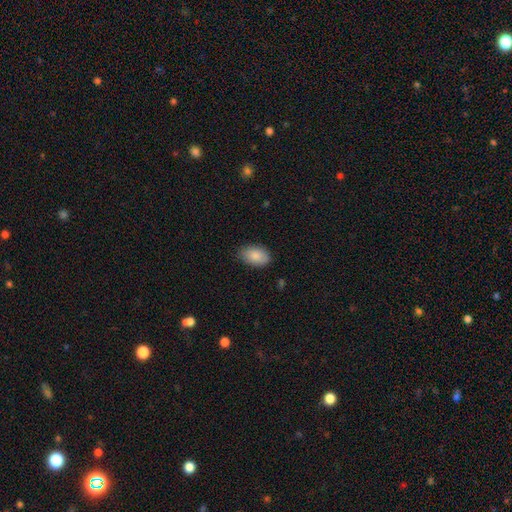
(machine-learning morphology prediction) Smooth or featured?
  - smooth: 87% *
  - star or artifact: 7%
  - featured or disk: 6%
How rounded?
  - in between: 91% *
  - round: 8%
  - cigar-shaped: 1%
Merging?
  - none: 80% *
  - minor disturbance: 16%
  - major disturbance: 3%
  - merger: 1%